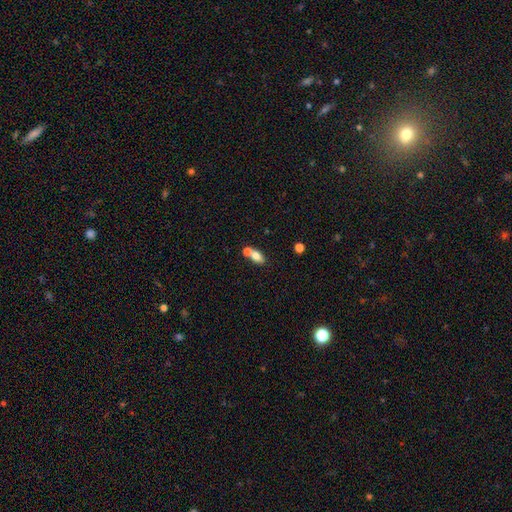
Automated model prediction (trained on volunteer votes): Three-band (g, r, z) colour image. It shows a smooth galaxy with no disk features (77%) that is in between round and cigar-shaped (83%). Merging: merger (48%).